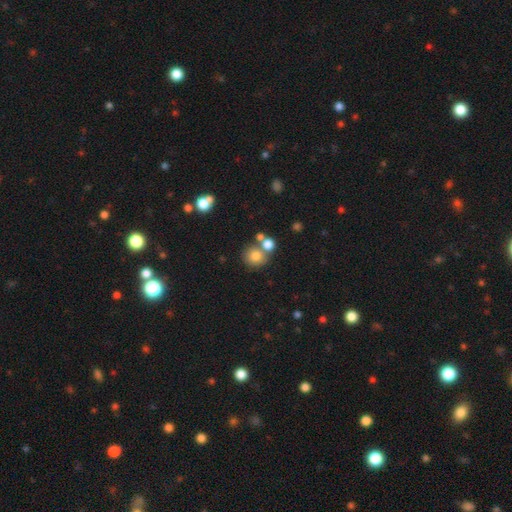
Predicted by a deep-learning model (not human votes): Smooth or featured?
  - smooth: 76% *
  - star or artifact: 13%
  - featured or disk: 11%
How rounded?
  - round: 86% *
  - in between: 13%
  - cigar-shaped: 1%
Merging?
  - none: 58% *
  - merger: 28%
  - minor disturbance: 9%
  - major disturbance: 4%